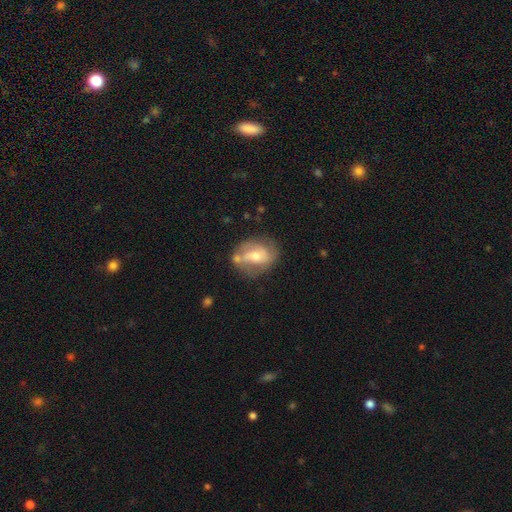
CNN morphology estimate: Smooth or featured?
  - featured or disk: 59% *
  - smooth: 33%
  - star or artifact: 8%
Edge-on disk?
  - no: 94% *
  - yes: 6%
Bar?
  - no: 44% *
  - weak: 39%
  - strong: 17%
Spiral arms?
  - yes: 67% *
  - no: 33%
Bulge size?
  - moderate: 61% *
  - small: 33%
  - large: 4%
  - none: 1%
  - dominant: 1%
Merging?
  - none: 56% *
  - minor disturbance: 22%
  - merger: 13%
  - major disturbance: 9%